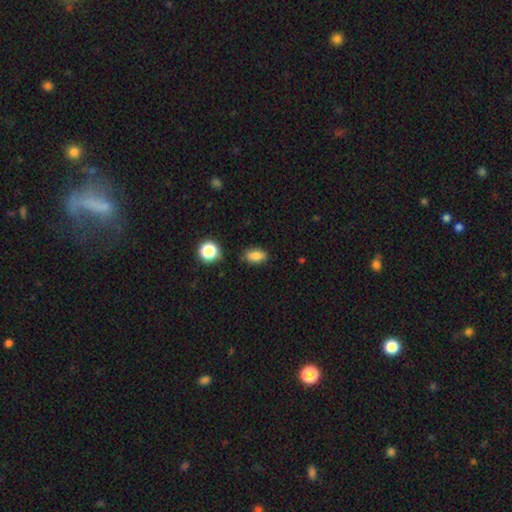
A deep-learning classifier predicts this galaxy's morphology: This is clearly a smooth galaxy (83%). How rounded: clearly in between (84%). Merging: clearly none (83%).